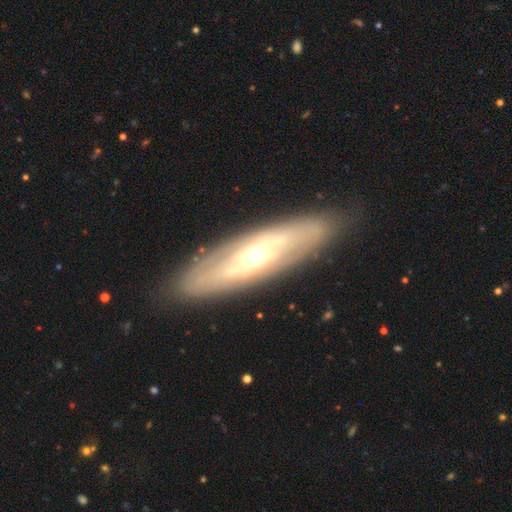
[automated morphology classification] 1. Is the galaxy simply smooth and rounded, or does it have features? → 71% featured or disk, 22% smooth, 6% star or artifact.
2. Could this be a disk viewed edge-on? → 61% no, 39% yes.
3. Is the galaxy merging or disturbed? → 85% none, 10% minor disturbance, 3% major disturbance, 1% merger.